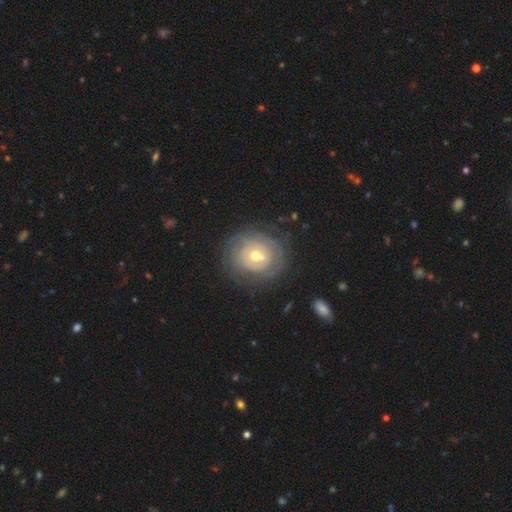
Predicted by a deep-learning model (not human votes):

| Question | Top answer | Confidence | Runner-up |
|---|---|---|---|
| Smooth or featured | featured or disk | 76% | smooth (18%) |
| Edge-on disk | no | 97% | yes (3%) |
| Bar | no | 52% | weak (36%) |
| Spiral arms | yes | 76% | no (24%) |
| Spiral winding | tight | 77% | medium (16%) |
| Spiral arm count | can't tell | 52% | 2 (20%) |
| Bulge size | moderate | 62% | small (33%) |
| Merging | none | 74% | minor disturbance (16%) |